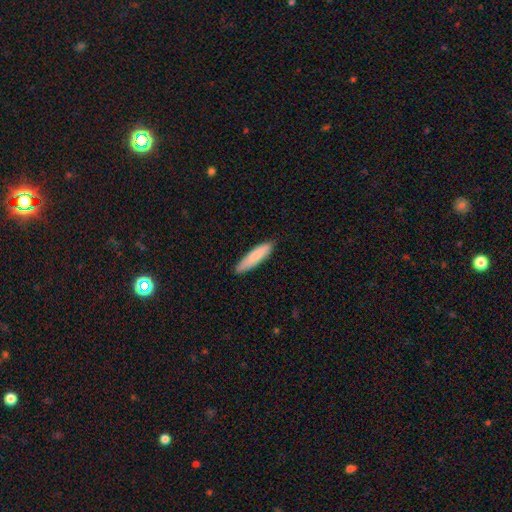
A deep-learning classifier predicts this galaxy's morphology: This is clearly a smooth galaxy (82%). How rounded: clearly cigar-shaped (80%). Merging: clearly none (87%).